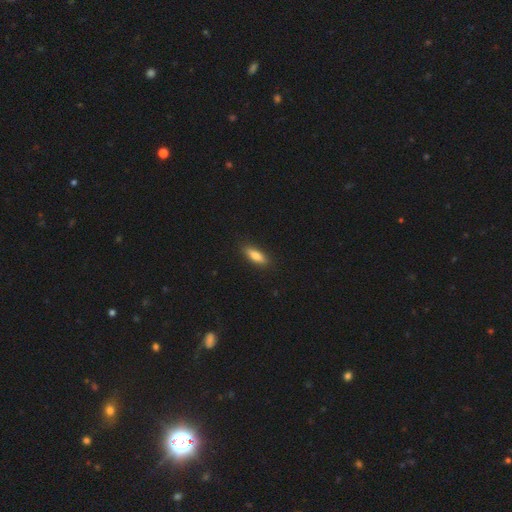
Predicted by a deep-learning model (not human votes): smooth-or-featured: smooth: 79% | featured or disk: 14% | star or artifact: 7%
  how-rounded: in between: 57% | cigar-shaped: 41% | round: 2%
  merging: none: 87% | minor disturbance: 10% | major disturbance: 2% | merger: 1%